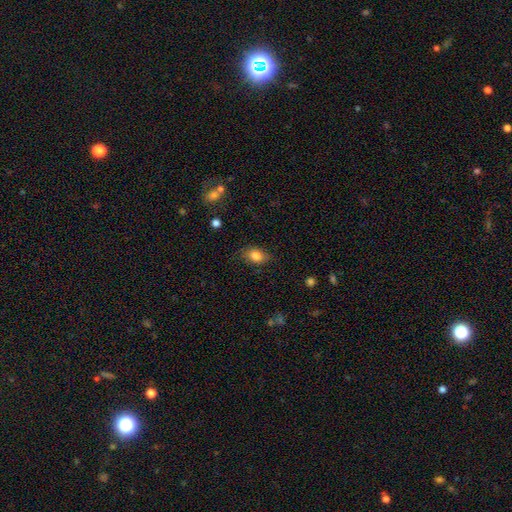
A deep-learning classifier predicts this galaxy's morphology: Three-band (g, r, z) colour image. It shows a smooth galaxy with no disk features (83%) that is in between round and cigar-shaped (77%). Merging: none (78%).